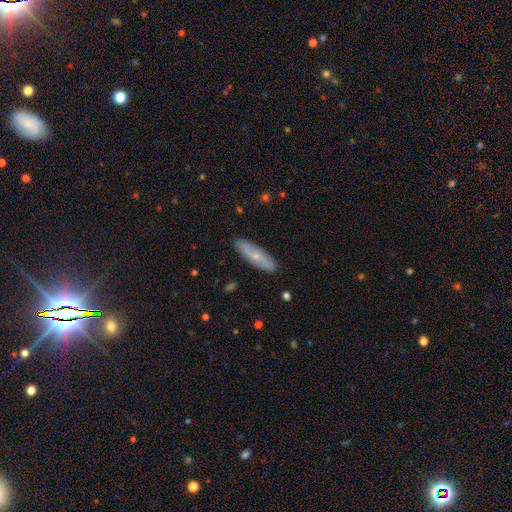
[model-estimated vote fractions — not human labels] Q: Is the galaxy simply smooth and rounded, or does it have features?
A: featured or disk — 48%.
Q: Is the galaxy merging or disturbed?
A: none — 87%.